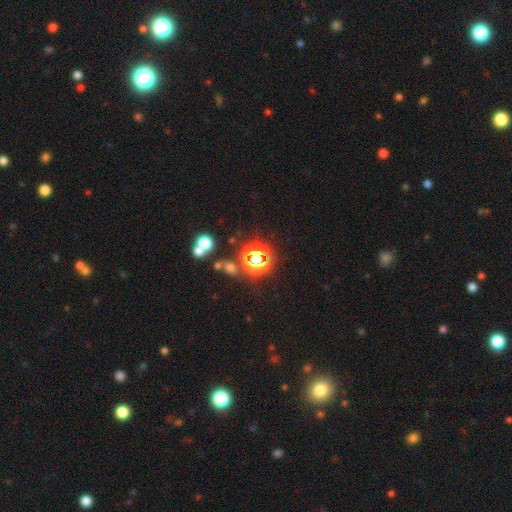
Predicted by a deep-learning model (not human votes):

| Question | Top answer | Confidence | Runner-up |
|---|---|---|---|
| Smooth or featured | star or artifact | 60% | smooth (29%) |